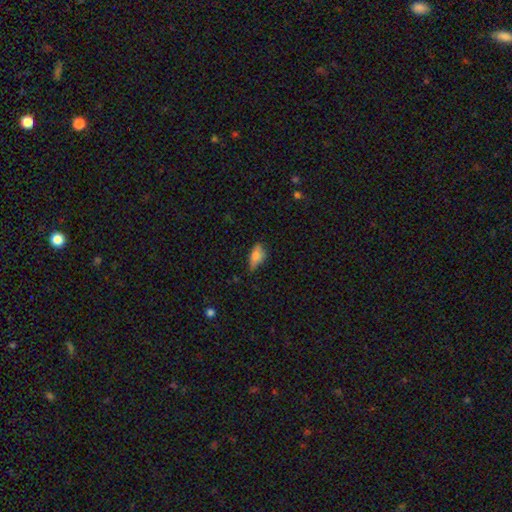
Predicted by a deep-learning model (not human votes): Q: Smooth or featured?
A: smooth (74%); runner-up: featured or disk (17%)
Q: How rounded?
A: in between (86%); runner-up: cigar-shaped (8%)
Q: Merging?
A: none (46%); runner-up: minor disturbance (40%)